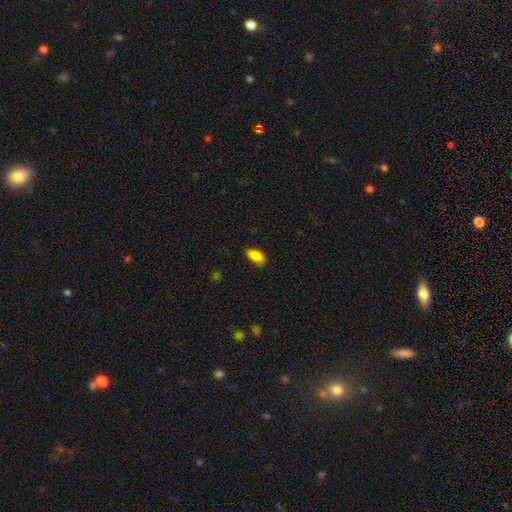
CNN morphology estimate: This appears to be a smooth galaxy with no disk features (88%) that is in between round and cigar-shaped (92%). Merging: none (80%).